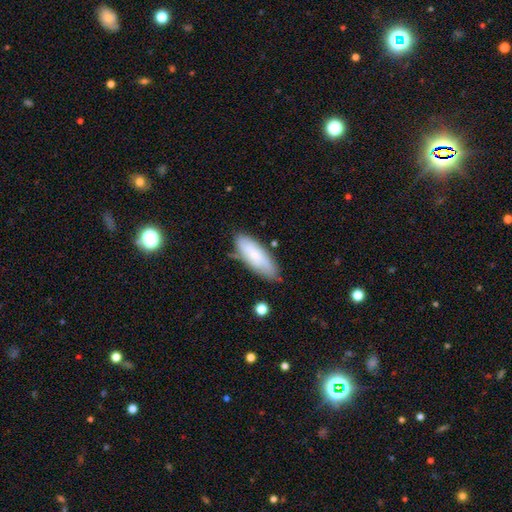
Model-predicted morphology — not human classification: smooth 69%, featured or disk 25%, star or artifact 6%. Down the decision tree: how rounded — in between (67%); merging — none (68%).